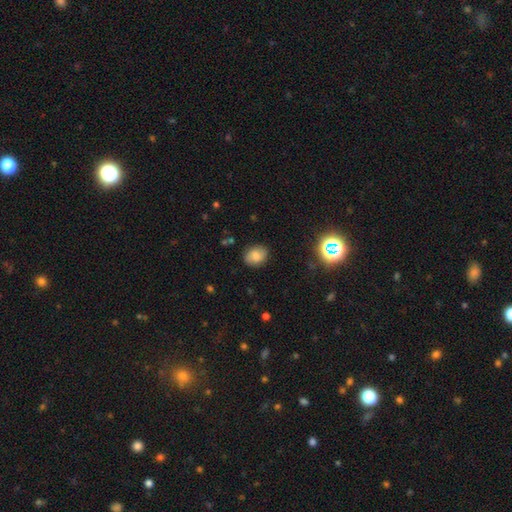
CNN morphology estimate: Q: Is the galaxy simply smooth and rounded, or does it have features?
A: smooth — 78%.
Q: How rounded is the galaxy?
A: in between — 63%.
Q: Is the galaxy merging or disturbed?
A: none — 83%.